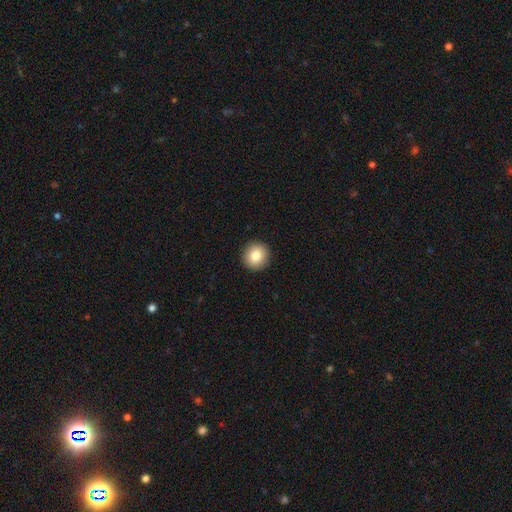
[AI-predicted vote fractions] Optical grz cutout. It shows a smooth galaxy with no disk features (82%) that is round (94%). Merging: none (93%).